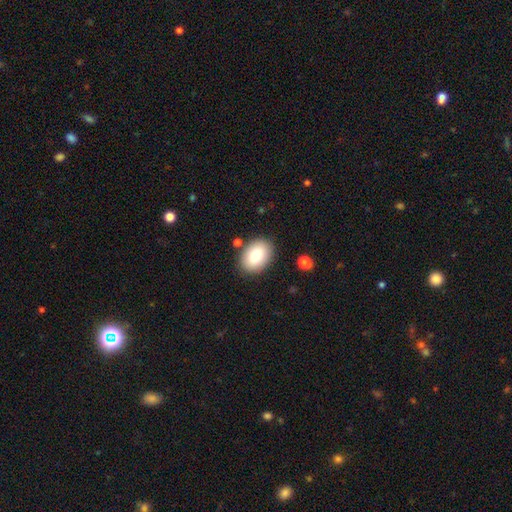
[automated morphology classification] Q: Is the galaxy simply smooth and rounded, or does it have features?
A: smooth — 84%.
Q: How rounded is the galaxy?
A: in between — 83%.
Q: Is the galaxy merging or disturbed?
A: none — 85%.